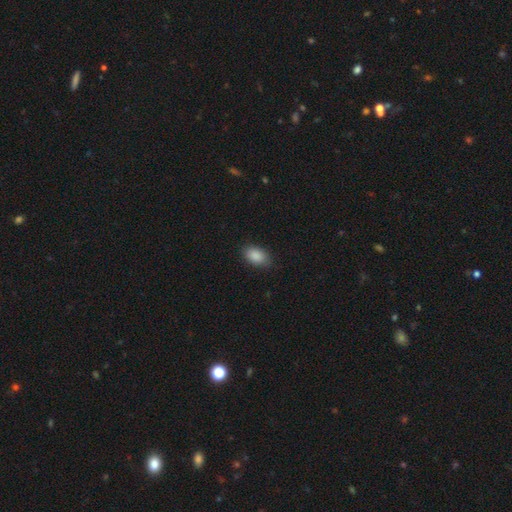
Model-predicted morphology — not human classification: smooth-or-featured: smooth: 89% | star or artifact: 7% | featured or disk: 4%
  how-rounded: in between: 90% | round: 8% | cigar-shaped: 2%
  merging: none: 84% | minor disturbance: 12% | major disturbance: 3% | merger: 1%